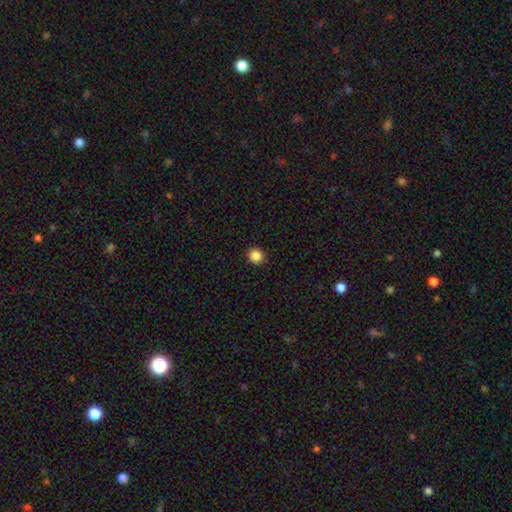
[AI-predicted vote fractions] Smooth or featured?
  - smooth: 86% *
  - star or artifact: 11%
  - featured or disk: 3%
How rounded?
  - round: 90% *
  - in between: 9%
  - cigar-shaped: 1%
Merging?
  - none: 93% *
  - minor disturbance: 4%
  - major disturbance: 2%
  - merger: 1%